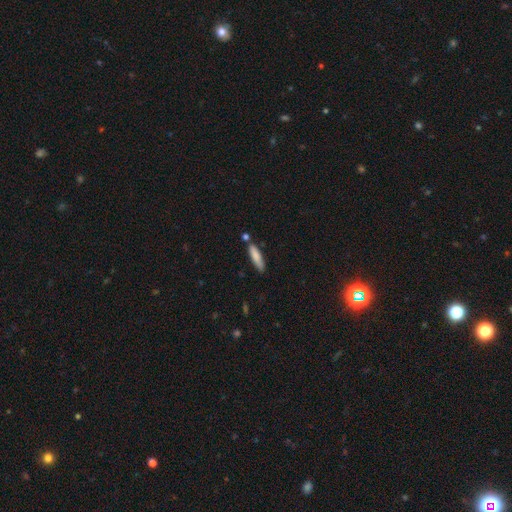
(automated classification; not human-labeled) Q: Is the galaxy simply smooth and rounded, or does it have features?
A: smooth — 81%.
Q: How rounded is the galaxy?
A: cigar-shaped — 76%.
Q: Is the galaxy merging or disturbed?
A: none — 76%.